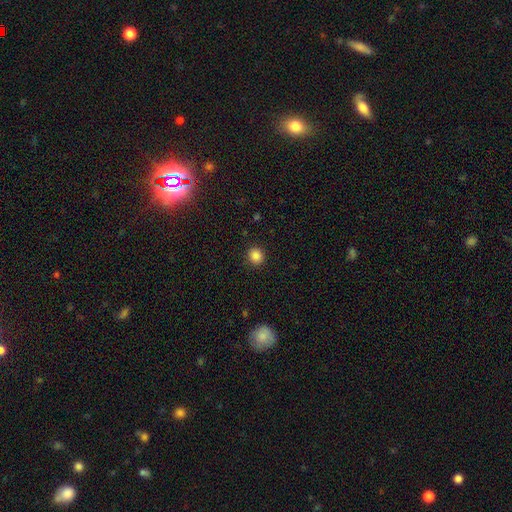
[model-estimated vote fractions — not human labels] Smooth or featured?
  - smooth: 86% *
  - star or artifact: 11%
  - featured or disk: 3%
How rounded?
  - round: 80% *
  - in between: 19%
  - cigar-shaped: 1%
Merging?
  - none: 90% *
  - minor disturbance: 7%
  - major disturbance: 2%
  - merger: 1%